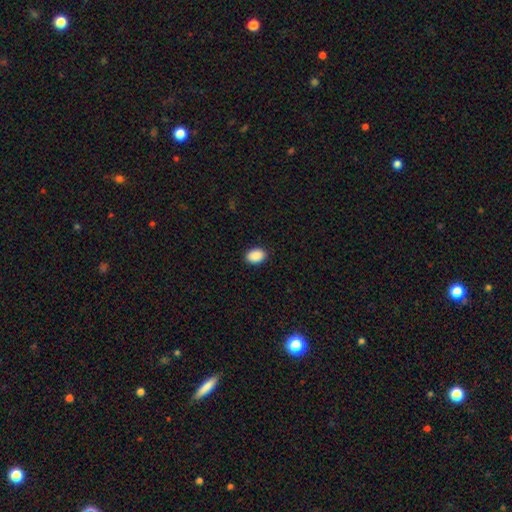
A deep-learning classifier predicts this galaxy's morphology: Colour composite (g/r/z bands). It shows a smooth galaxy with no disk features (91%) that is in between round and cigar-shaped (79%). Merging: none (90%).